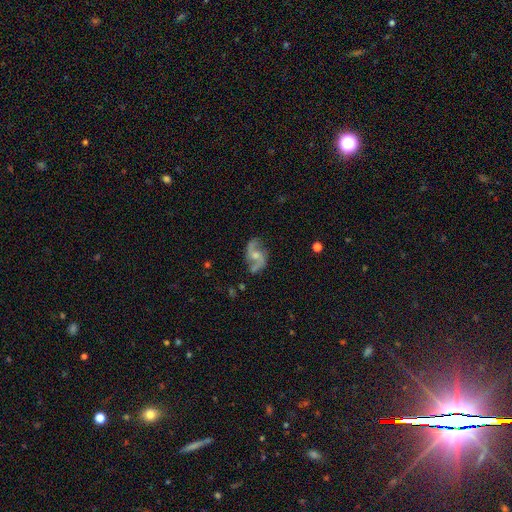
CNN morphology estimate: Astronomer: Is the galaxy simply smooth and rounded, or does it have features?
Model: featured or disk — 87%.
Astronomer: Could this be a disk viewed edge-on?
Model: no — 97%.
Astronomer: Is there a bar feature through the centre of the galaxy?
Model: no — 49% (runner-up: weak, 41%).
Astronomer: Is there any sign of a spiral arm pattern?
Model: yes — 96%.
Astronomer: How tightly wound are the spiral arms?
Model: loose — 58% (runner-up: medium, 34%).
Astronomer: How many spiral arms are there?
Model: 2 — 93%.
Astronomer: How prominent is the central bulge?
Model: moderate — 53% (runner-up: small, 34%).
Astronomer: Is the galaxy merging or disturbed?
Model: none — 73%.